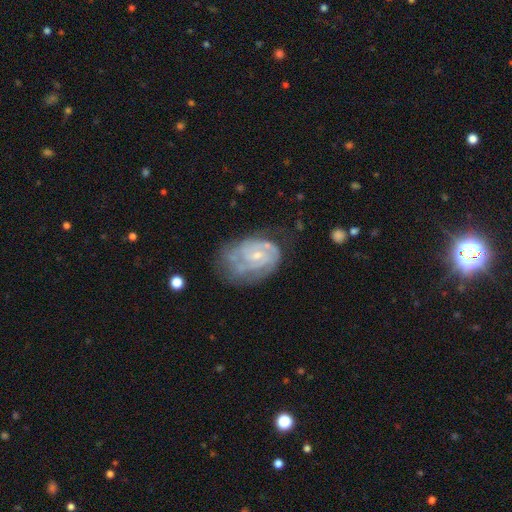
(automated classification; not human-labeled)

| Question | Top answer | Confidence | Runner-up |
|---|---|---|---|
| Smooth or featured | featured or disk | 80% | smooth (14%) |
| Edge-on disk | no | 98% | yes (2%) |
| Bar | no | 62% | weak (33%) |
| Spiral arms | yes | 87% | no (13%) |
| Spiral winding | tight | 58% | medium (33%) |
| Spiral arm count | can't tell | 37% | 2 (33%) |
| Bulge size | small | 65% | moderate (28%) |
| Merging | none | 46% | minor disturbance (29%) |